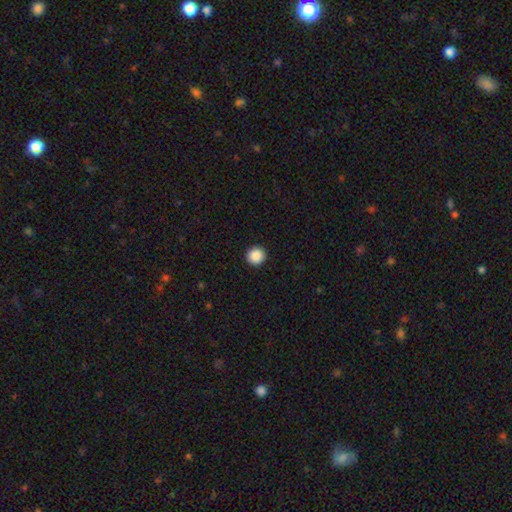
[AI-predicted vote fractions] A smooth galaxy with no disk features (89%) that is round (95%).

Vote fractions:
- Smooth or featured? smooth: 89% / star or artifact: 9% / featured or disk: 3%
- How rounded? round: 95% / in between: 4% / cigar-shaped: 1%
- Merging? none: 94% / minor disturbance: 4% / major disturbance: 1% / merger: 1%